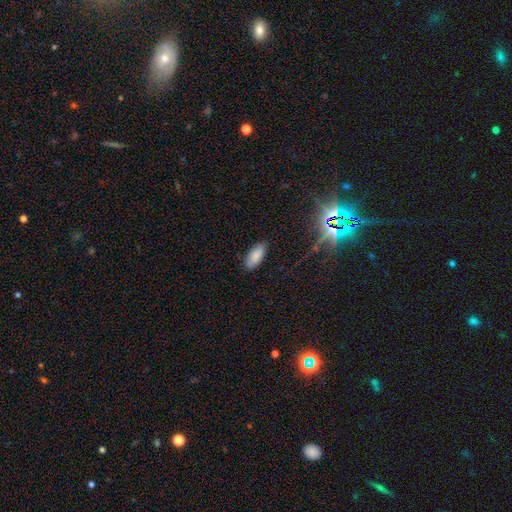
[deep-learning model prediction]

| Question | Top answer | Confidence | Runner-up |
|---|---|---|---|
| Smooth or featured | smooth | 85% | star or artifact (8%) |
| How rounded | in between | 89% | cigar-shaped (9%) |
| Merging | none | 86% | minor disturbance (10%) |